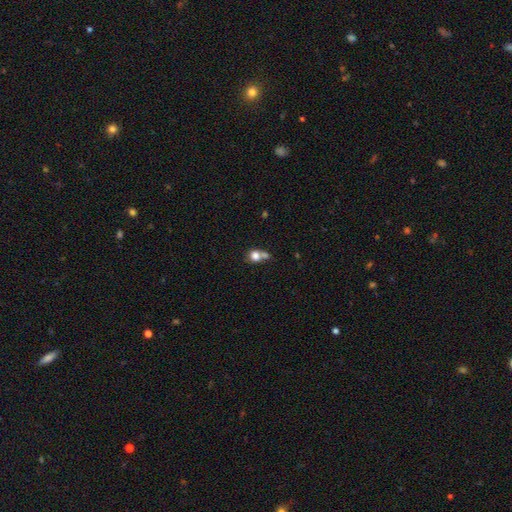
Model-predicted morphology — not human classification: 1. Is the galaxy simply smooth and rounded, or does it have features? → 77% smooth, 12% featured or disk, 11% star or artifact.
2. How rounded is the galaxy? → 71% round, 28% in between, 1% cigar-shaped.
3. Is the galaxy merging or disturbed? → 51% merger, 35% none, 9% minor disturbance, 5% major disturbance.